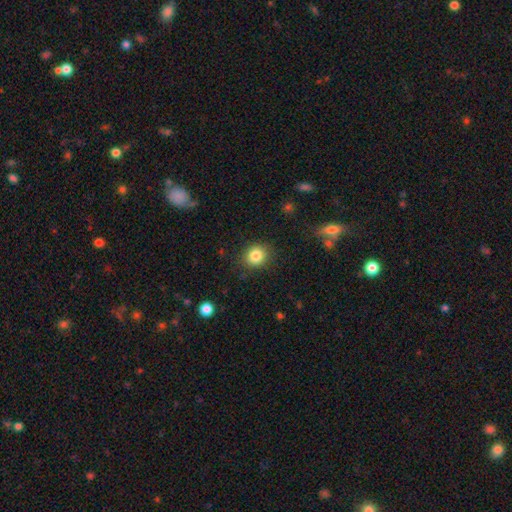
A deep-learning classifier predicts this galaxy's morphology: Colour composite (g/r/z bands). It shows a smooth galaxy with no disk features (84%) that is round (78%). Merging: none (85%).